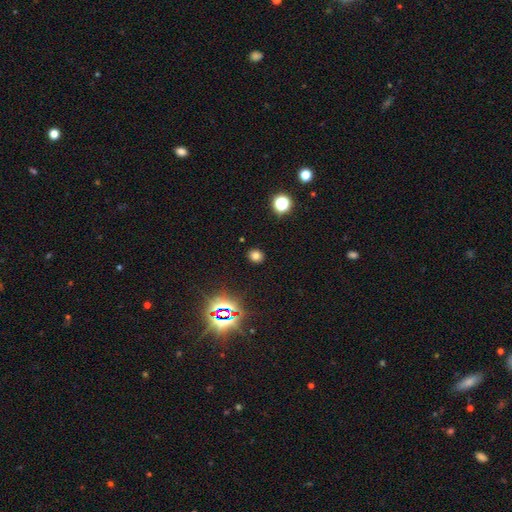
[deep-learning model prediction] Smooth or featured? smooth (72%)
How rounded? round (73%)
Merging? none (89%)